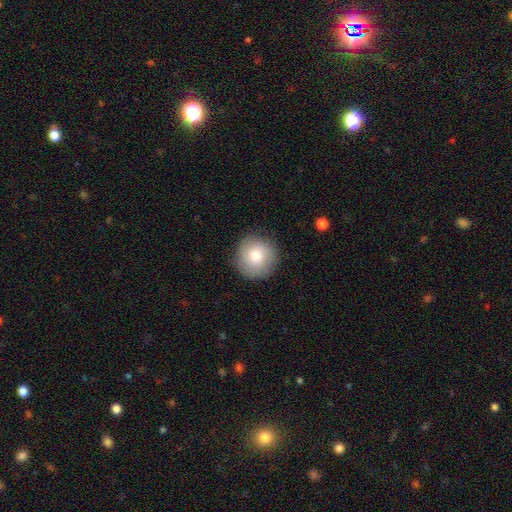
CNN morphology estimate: Overall: smooth (78%). How rounded: round (94%). Merging: none (87%).